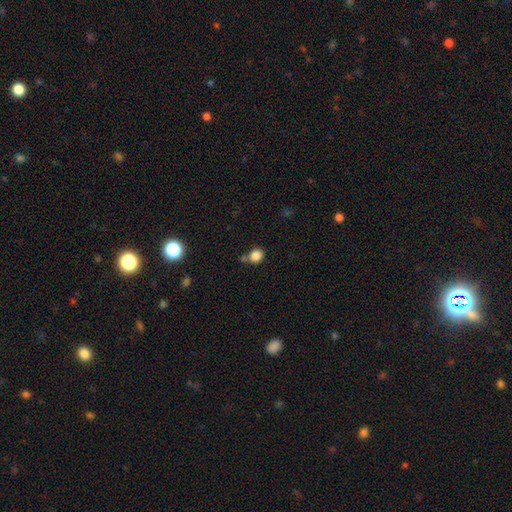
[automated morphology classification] The model was most divided on "merging": none: 62%, merger: 19%, minor disturbance: 14%, major disturbance: 4%. More confident: smooth or featured — smooth (85%); how rounded — round (72%).